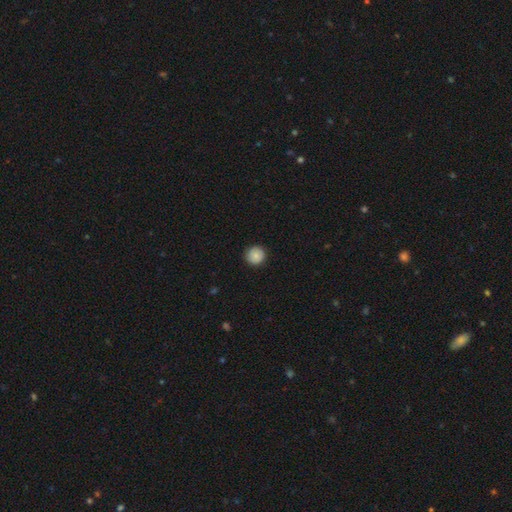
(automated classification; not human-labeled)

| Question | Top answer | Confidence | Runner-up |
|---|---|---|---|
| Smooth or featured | smooth | 81% | featured or disk (11%) |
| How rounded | round | 93% | in between (6%) |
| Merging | none | 88% | minor disturbance (10%) |